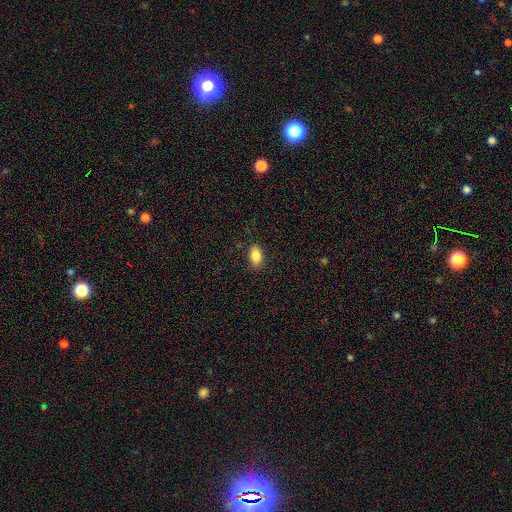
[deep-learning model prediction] Q: Smooth or featured?
A: smooth (86%); runner-up: star or artifact (8%)
Q: How rounded?
A: in between (91%); runner-up: round (6%)
Q: Merging?
A: none (88%); runner-up: minor disturbance (9%)